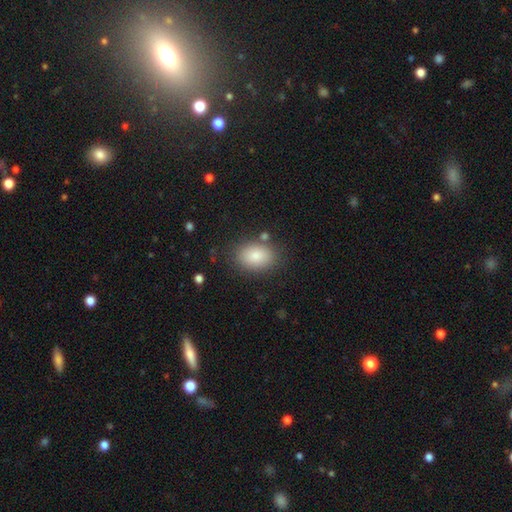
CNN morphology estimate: smooth-or-featured: smooth: 85% | star or artifact: 8% | featured or disk: 7%
  how-rounded: in between: 79% | round: 20% | cigar-shaped: 1%
  merging: none: 80% | minor disturbance: 12% | major disturbance: 4% | merger: 4%